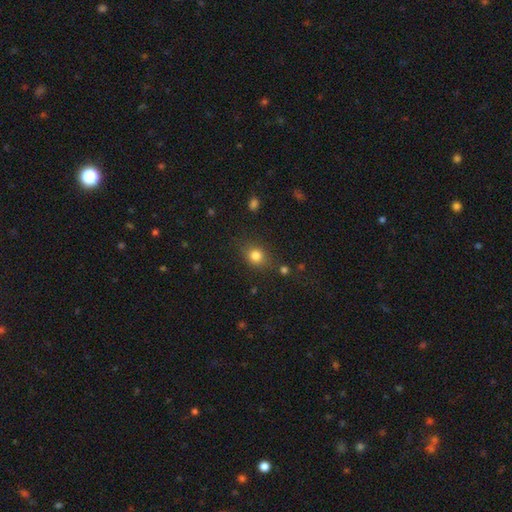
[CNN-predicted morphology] Smooth or featured? smooth (81%)
How rounded? round (64%)
Merging? none (77%)